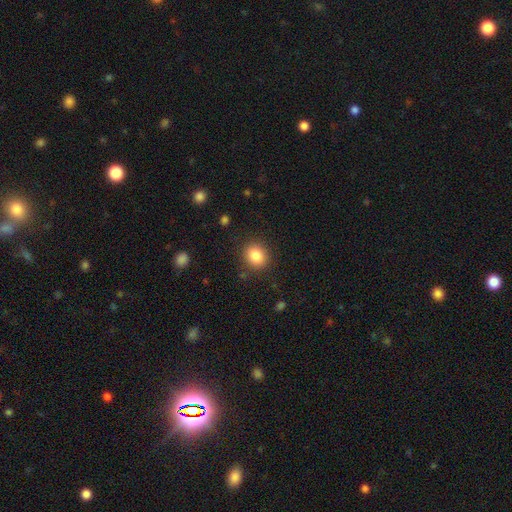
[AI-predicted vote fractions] smooth_or_featured: smooth (p=0.85) [alt: star or artifact p=0.10]
how_rounded: round (p=0.71) [alt: in between p=0.28]
merging: none (p=0.87) [alt: minor disturbance p=0.08]